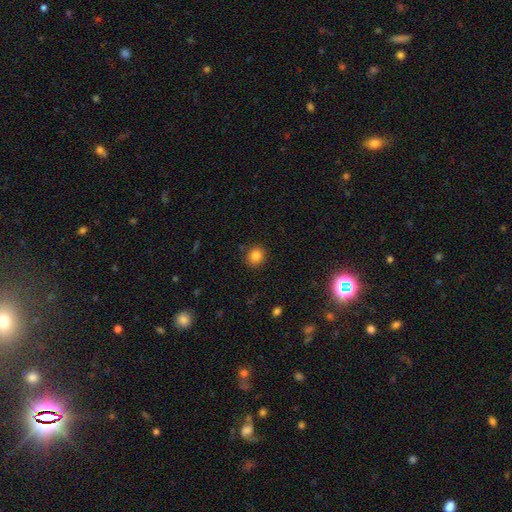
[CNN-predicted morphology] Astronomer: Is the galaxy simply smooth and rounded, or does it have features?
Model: smooth — 83%.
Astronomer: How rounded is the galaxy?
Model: round — 80%.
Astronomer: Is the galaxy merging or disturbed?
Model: none — 88%.